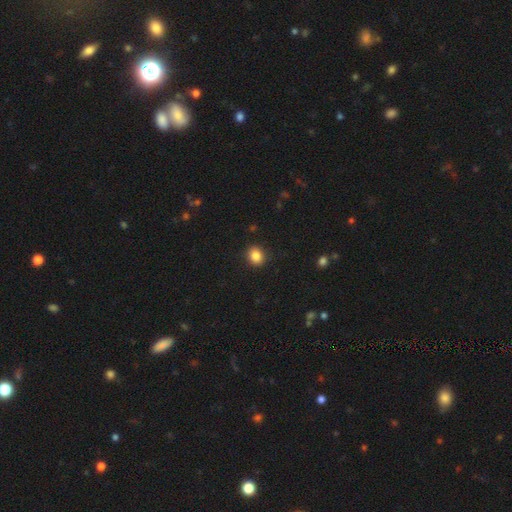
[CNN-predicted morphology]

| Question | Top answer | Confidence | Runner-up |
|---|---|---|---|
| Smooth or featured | smooth | 85% | star or artifact (10%) |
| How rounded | round | 66% | in between (33%) |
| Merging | none | 89% | minor disturbance (8%) |